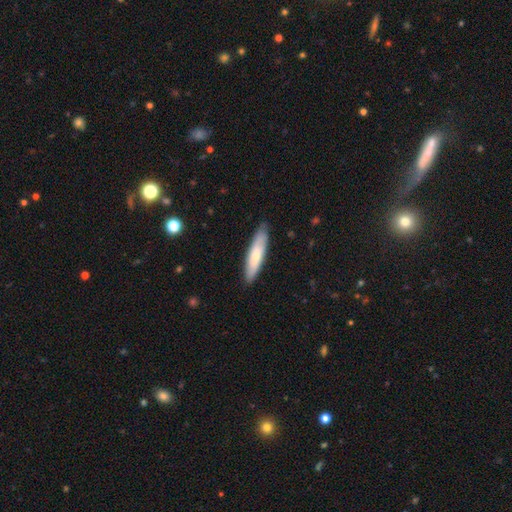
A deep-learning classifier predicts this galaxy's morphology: smooth 68%, featured or disk 27%, star or artifact 5%. Down the decision tree: how rounded — cigar-shaped (77%); merging — none (85%).